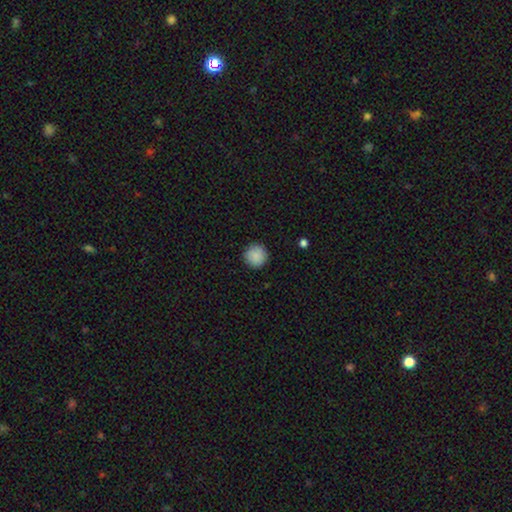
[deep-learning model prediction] A smooth galaxy with no disk features (88%) that is round (95%). Merging: none (90%).